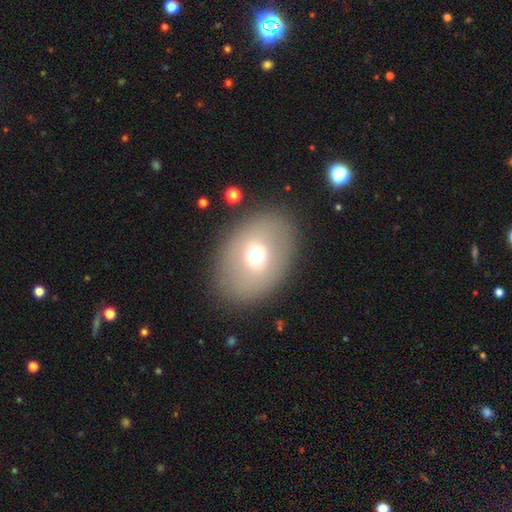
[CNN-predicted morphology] Smooth or featured? Predicted: smooth (p=0.64). How rounded? Predicted: in between (p=0.72). Merging? Predicted: none (p=0.85).